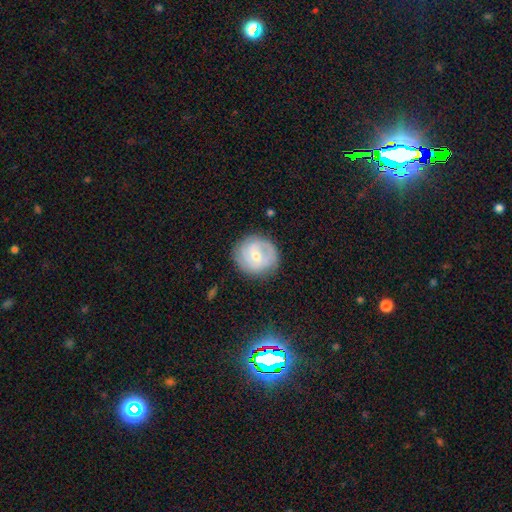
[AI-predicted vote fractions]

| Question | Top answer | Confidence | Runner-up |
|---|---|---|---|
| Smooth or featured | featured or disk | 61% | smooth (32%) |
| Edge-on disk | no | 97% | yes (3%) |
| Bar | no | 48% | weak (43%) |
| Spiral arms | yes | 81% | no (19%) |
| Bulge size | small | 53% | moderate (43%) |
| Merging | none | 80% | minor disturbance (14%) |